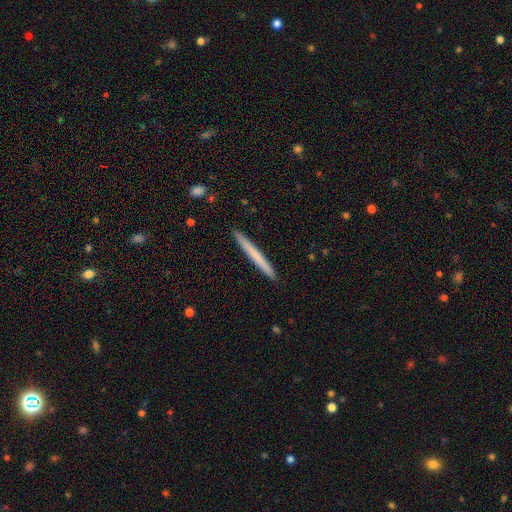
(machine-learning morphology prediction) smooth 65%, featured or disk 30%, star or artifact 5%. Down the decision tree: how rounded — cigar-shaped (98%); merging — none (93%).